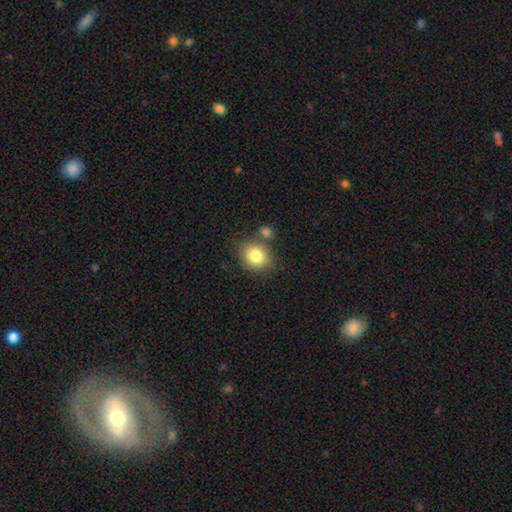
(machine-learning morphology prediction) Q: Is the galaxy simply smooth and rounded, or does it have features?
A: smooth — 82%.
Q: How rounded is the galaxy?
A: round — 68%.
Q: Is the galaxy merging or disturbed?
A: none — 68%.